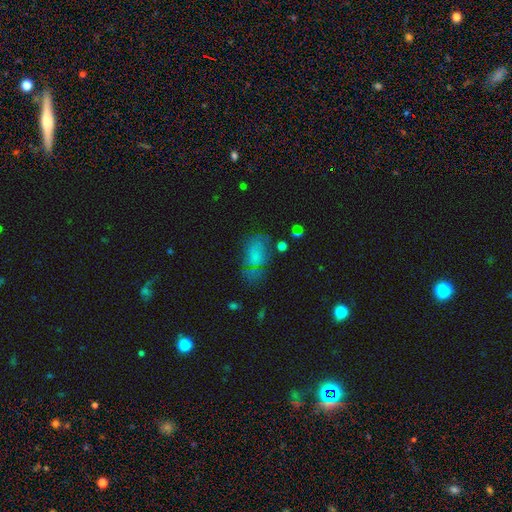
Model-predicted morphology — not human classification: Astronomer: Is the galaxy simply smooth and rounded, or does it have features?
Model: smooth — 59%.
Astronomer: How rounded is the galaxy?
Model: in between — 84%.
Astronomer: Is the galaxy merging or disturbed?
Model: none — 50% (runner-up: minor disturbance, 25%).